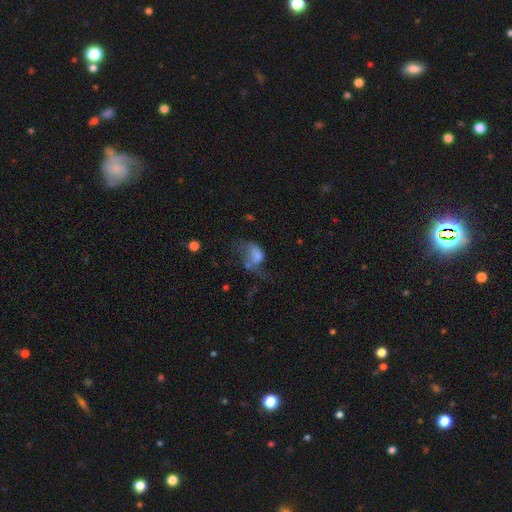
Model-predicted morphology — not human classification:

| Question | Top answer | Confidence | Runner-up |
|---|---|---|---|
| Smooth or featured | smooth | 49% | featured or disk (39%) |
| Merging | major disturbance | 51% | none (17%) |